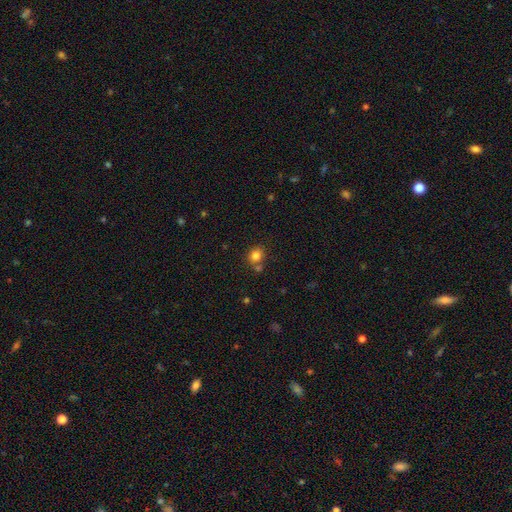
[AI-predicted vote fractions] Smooth or featured? Predicted: smooth (p=0.81). How rounded? Predicted: round (p=0.73). Merging? Predicted: none (p=0.67).